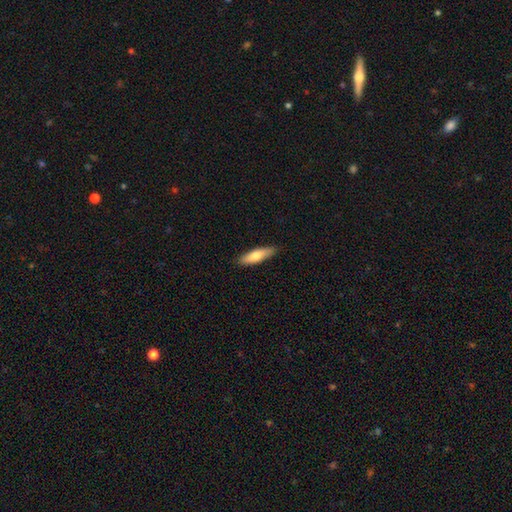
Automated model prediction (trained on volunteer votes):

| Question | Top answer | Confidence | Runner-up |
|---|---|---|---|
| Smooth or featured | smooth | 71% | featured or disk (24%) |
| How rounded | cigar-shaped | 59% | in between (39%) |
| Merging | none | 86% | minor disturbance (11%) |